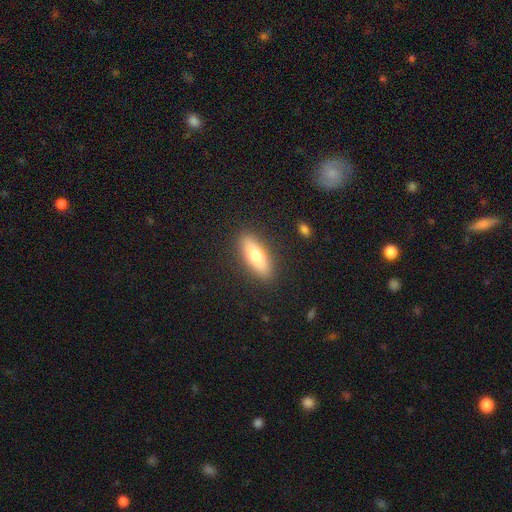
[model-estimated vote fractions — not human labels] The model was most divided on "how rounded": in between: 53%, cigar-shaped: 44%, round: 3%. More confident: merging — none (88%); smooth or featured — smooth (69%).